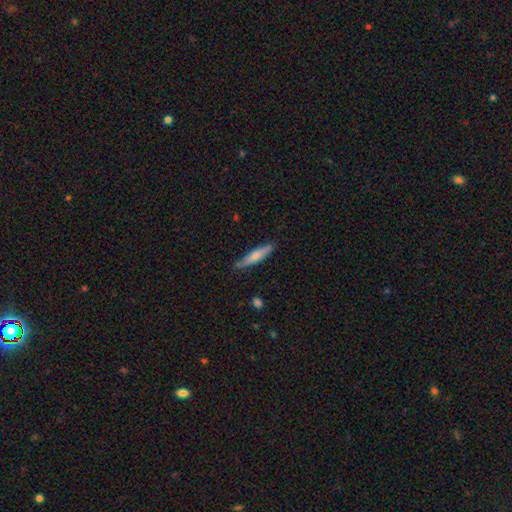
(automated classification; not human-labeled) This is likely a smooth galaxy (63%). How rounded: clearly cigar-shaped (85%). Merging: clearly none (82%).